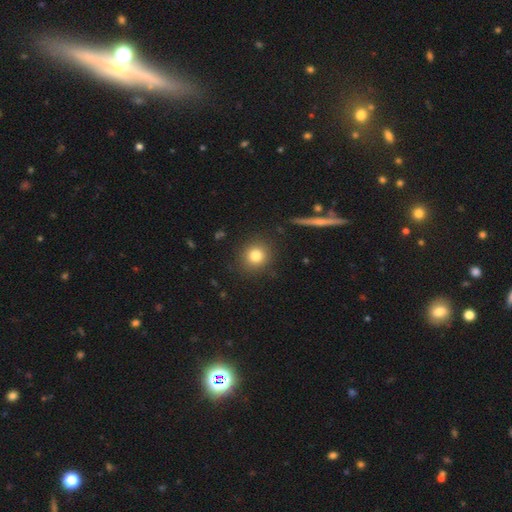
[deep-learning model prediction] smooth-or-featured: smooth: 80% | star or artifact: 12% | featured or disk: 8%
  how-rounded: round: 90% | in between: 9% | cigar-shaped: 1%
  merging: none: 89% | minor disturbance: 7% | major disturbance: 2% | merger: 1%